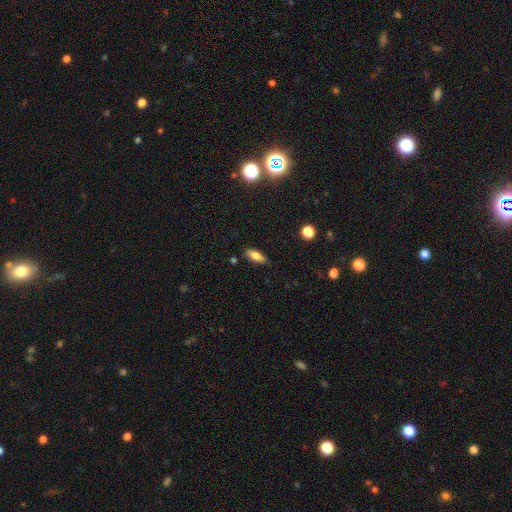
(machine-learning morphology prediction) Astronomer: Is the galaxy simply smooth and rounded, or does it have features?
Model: smooth — 74%.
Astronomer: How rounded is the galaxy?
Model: in between — 74%.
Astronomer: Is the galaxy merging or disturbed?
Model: none — 76%.